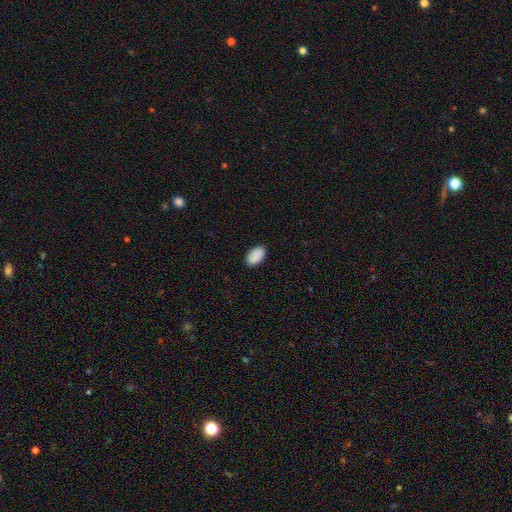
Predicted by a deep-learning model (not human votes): smooth 91%, star or artifact 6%, featured or disk 3%. Down the decision tree: how rounded — in between (94%); merging — none (89%).